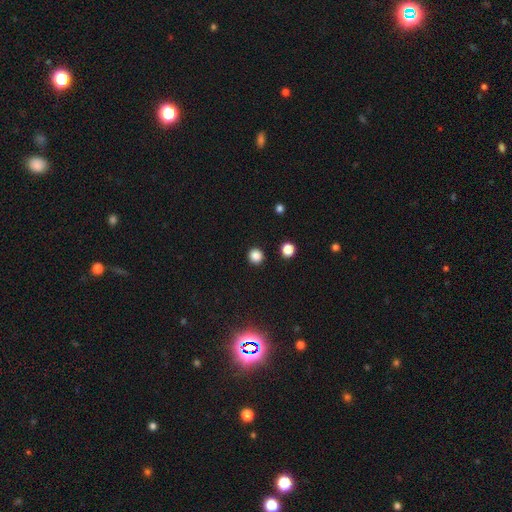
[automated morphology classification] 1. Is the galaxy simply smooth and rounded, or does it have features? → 84% smooth, 13% star or artifact, 3% featured or disk.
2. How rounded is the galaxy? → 94% round, 5% in between, 1% cigar-shaped.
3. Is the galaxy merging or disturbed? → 92% none, 5% minor disturbance, 2% major disturbance, 2% merger.